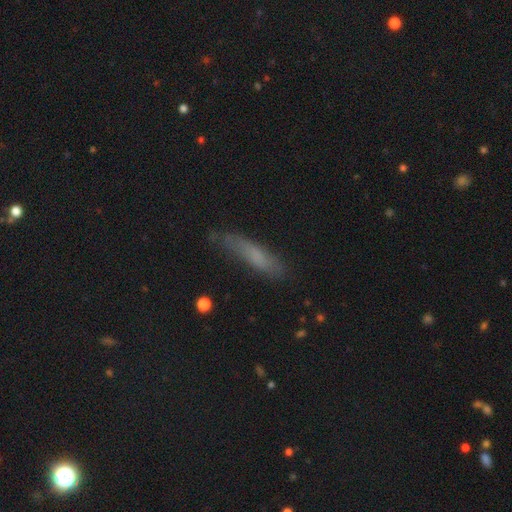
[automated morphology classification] This appears to be a smooth galaxy with no disk features (66%) that is cigar-shaped (78%). Merging: none (67%).